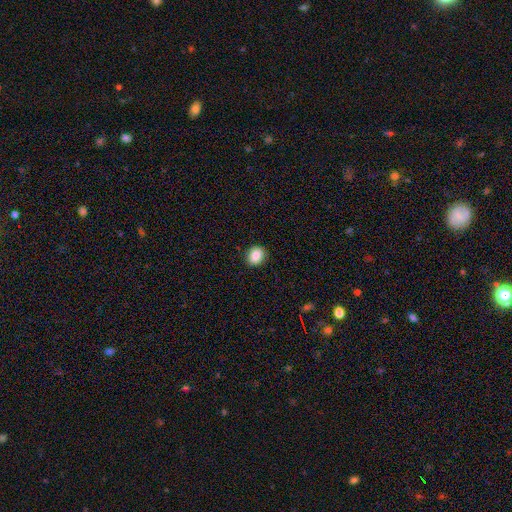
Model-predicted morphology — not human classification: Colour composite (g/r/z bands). It shows a smooth galaxy with no disk features (88%) that is round (58%). Merging: none (89%).